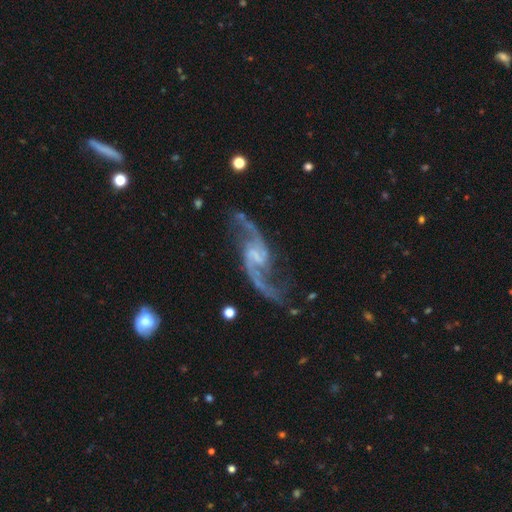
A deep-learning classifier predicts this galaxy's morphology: A featured or disk galaxy (93%) with a weak bar (52%), 2 (94%) loose (76%) spiral arms (98%) and a small central bulge (44%). Merging: none (71%).